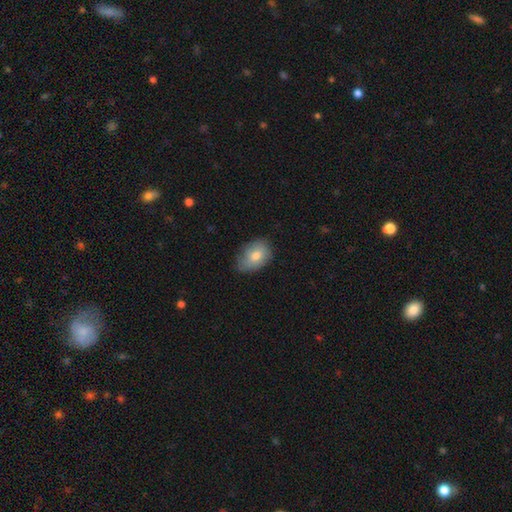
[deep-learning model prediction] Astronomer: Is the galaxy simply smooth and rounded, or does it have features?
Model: smooth — 76%.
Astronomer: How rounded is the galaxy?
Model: in between — 81%.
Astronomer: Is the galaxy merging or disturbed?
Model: none — 64%.